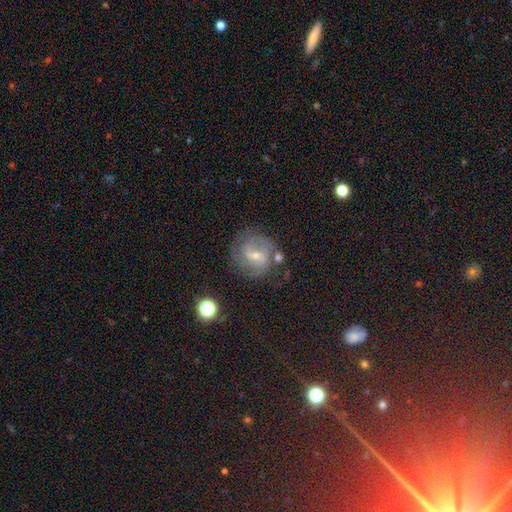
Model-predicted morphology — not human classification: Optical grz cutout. It shows a featured or disk galaxy (77%) with a weak bar (55%), 2 (54%) medium (44%) spiral arms (91%) and a small central bulge (64%). Merging: none (66%).